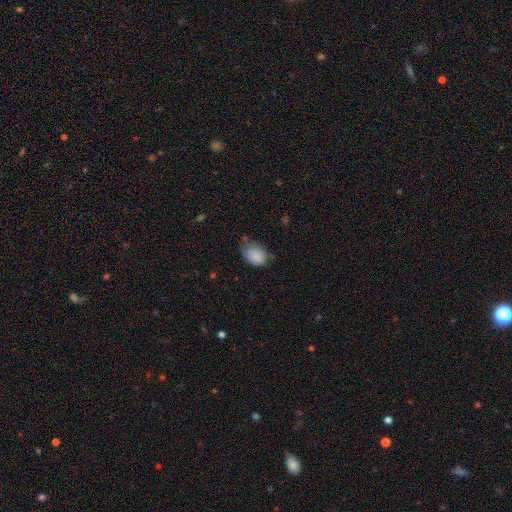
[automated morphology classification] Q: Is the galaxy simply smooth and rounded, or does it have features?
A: smooth — 84%.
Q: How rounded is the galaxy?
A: in between — 84%.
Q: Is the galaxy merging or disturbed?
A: none — 47%.